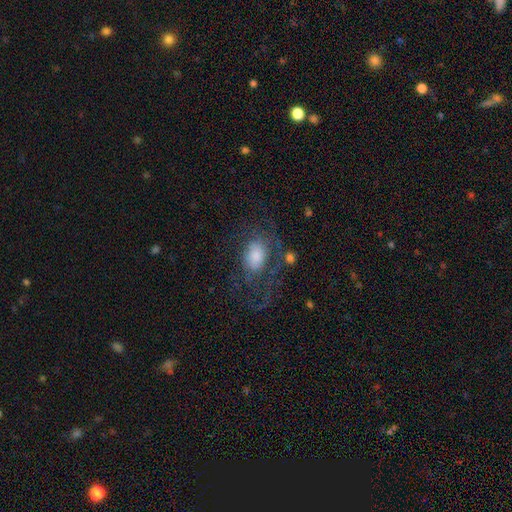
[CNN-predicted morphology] This appears to be a featured or disk galaxy (50%). Merging: none (44%).